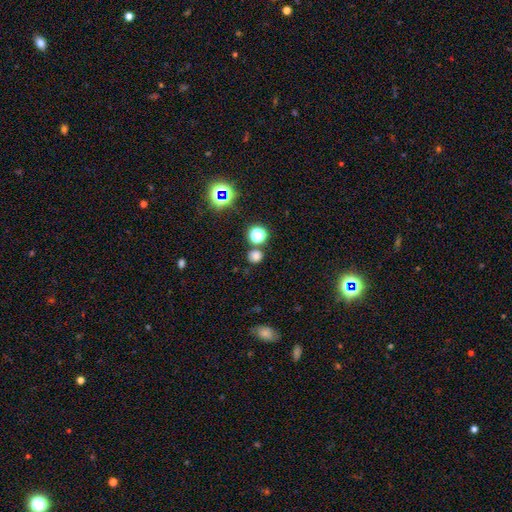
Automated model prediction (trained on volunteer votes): Morphology: type=smooth (69%); roundness=round (84%); merging=none (75%).